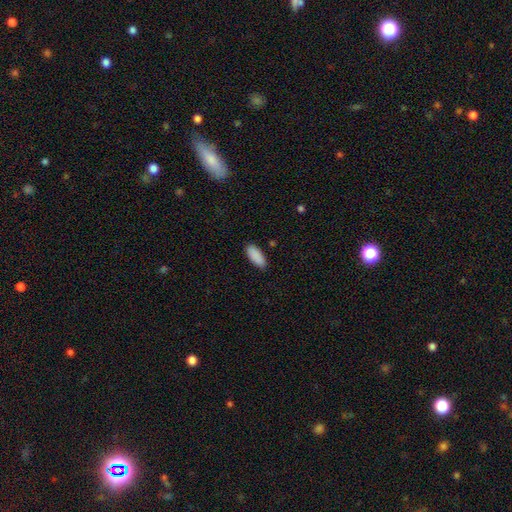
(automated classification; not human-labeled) This appears to be a smooth galaxy with no disk features (90%) that is in between round and cigar-shaped (80%). Merging: none (88%).